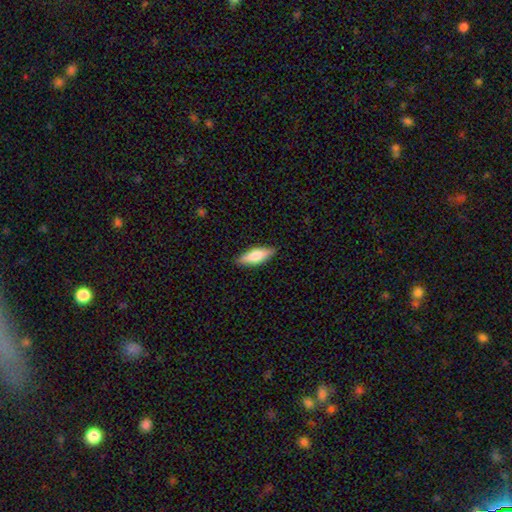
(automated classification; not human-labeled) Smooth or featured? smooth (70%)
How rounded? in between (56%)
Merging? none (88%)